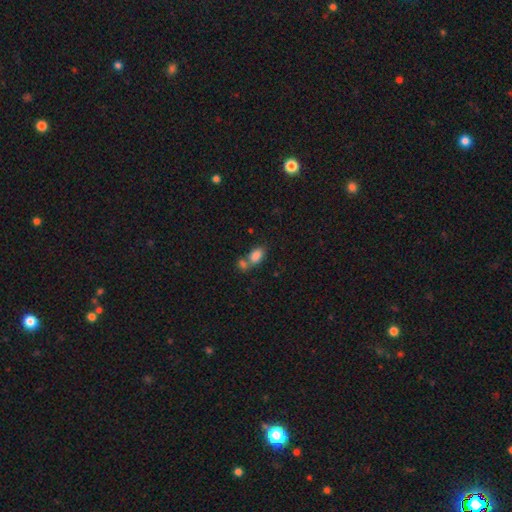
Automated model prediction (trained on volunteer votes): This is clearly a smooth galaxy (84%). How rounded: clearly in between (88%). Merging: possibly merger (47%).